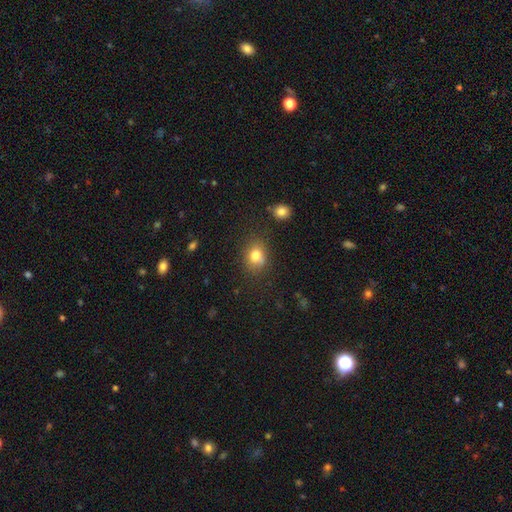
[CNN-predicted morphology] smooth 79%, star or artifact 12%, featured or disk 9%. Down the decision tree: how rounded — round (54%); merging — none (72%).